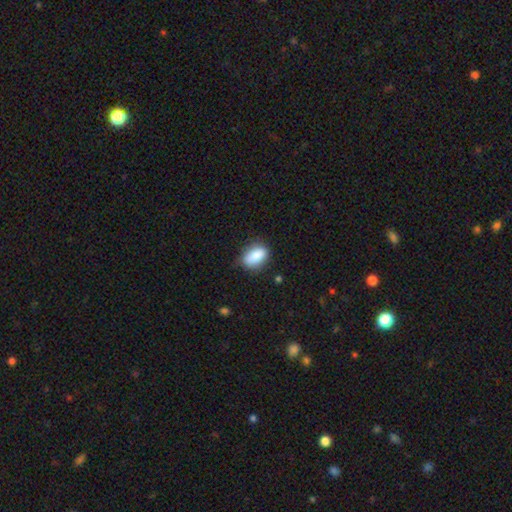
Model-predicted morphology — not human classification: Smooth or featured?
  - smooth: 86% *
  - star or artifact: 7%
  - featured or disk: 7%
How rounded?
  - in between: 85% *
  - round: 9%
  - cigar-shaped: 5%
Merging?
  - none: 74% *
  - minor disturbance: 20%
  - major disturbance: 4%
  - merger: 2%